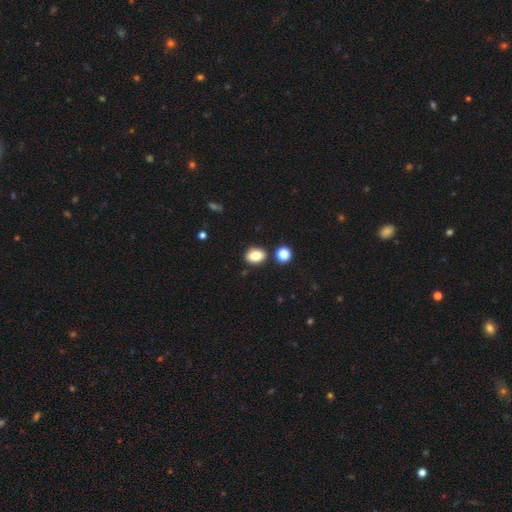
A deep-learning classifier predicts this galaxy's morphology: Smooth or featured? Predicted: smooth (p=0.82). How rounded? Predicted: in between (p=0.68). Merging? Predicted: none (p=0.82).